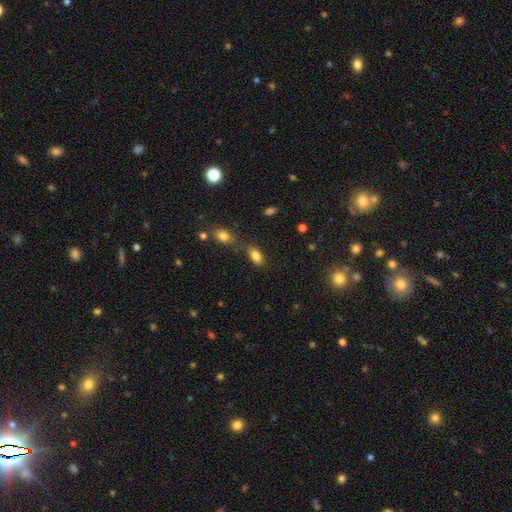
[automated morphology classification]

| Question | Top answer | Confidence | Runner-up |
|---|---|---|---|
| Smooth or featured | smooth | 83% | star or artifact (10%) |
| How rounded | in between | 89% | cigar-shaped (6%) |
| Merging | none | 65% | minor disturbance (15%) |